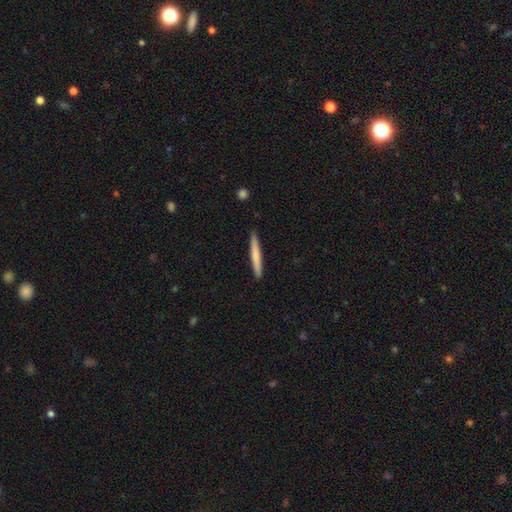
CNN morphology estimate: This appears to be a smooth galaxy with no disk features (70%) that is cigar-shaped (96%). Merging: none (91%).